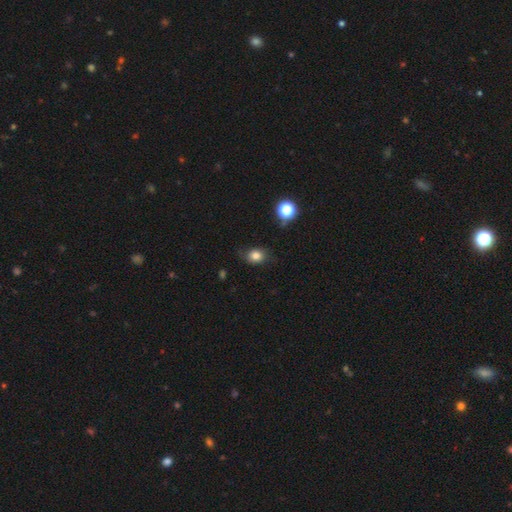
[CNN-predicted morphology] This is clearly a smooth galaxy (81%). How rounded: possibly in between (55%). Merging: likely none (75%).